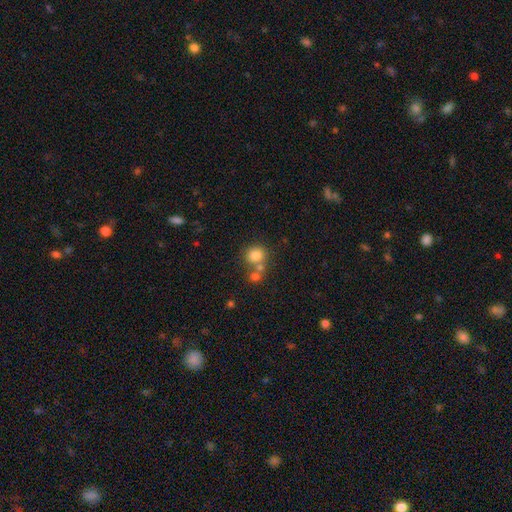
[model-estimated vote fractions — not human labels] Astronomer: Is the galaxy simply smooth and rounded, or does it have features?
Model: smooth — 78%.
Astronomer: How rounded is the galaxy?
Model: round — 82%.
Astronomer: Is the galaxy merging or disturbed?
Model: none — 55% (runner-up: merger, 32%).